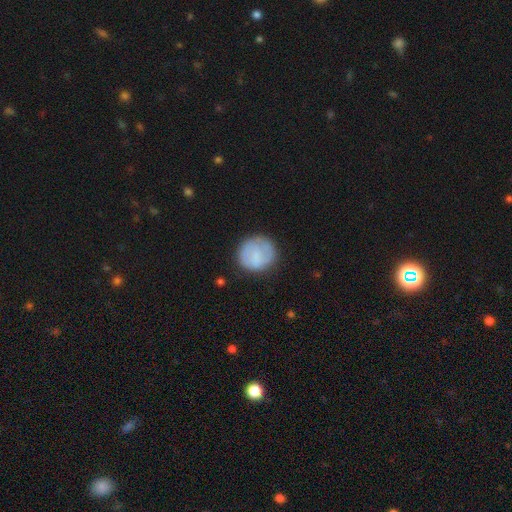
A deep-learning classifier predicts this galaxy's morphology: A smooth galaxy with no disk features (69%) that is round (88%). Merging: none (77%).